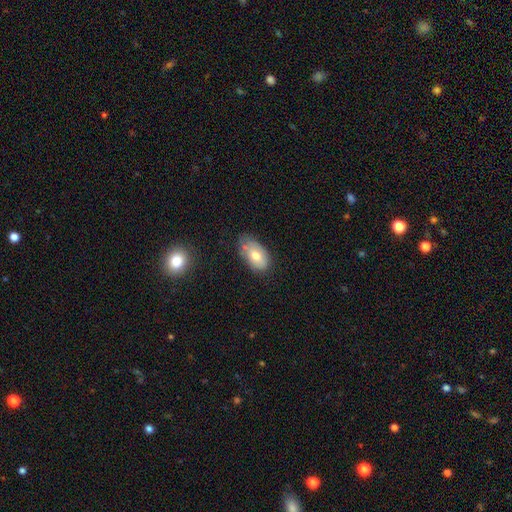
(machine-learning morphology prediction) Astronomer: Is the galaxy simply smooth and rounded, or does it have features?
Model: smooth — 68%.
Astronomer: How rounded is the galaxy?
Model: in between — 92%.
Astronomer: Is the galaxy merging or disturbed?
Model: none — 58%.